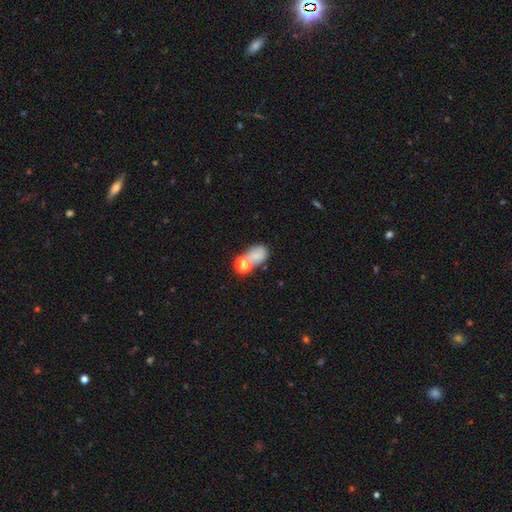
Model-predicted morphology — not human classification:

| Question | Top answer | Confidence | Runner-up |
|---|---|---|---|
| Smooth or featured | smooth | 71% | star or artifact (15%) |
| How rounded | in between | 63% | round (36%) |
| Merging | merger | 40% | none (36%) |